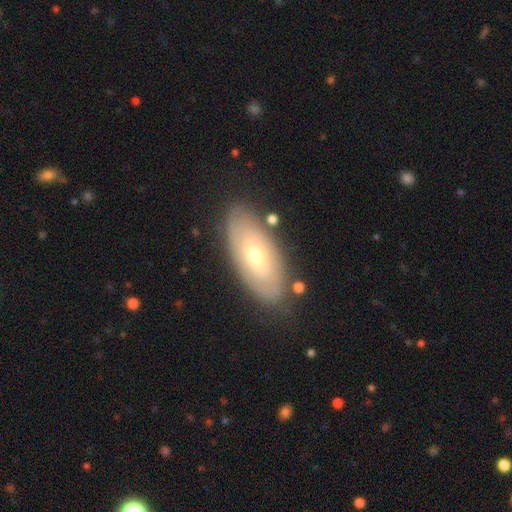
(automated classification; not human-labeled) This is possibly a featured or disk galaxy (60%). It is clearly not viewed edge-on (87%). Bar: likely no (77%). Spiral arm pattern: likely yes (62%). Central bulge: possibly moderate (52%). Merging: clearly none (81%).